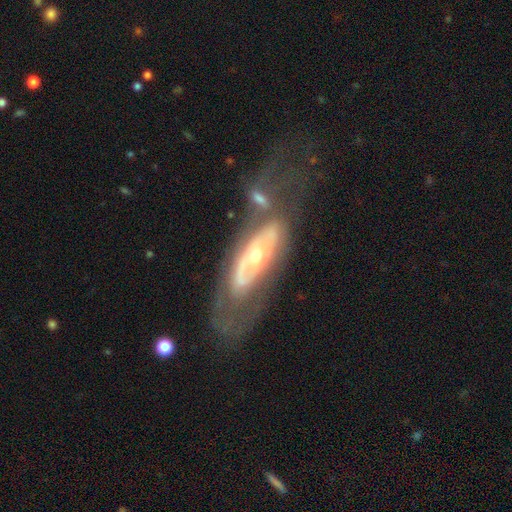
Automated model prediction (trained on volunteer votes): featured or disk 75%, smooth 19%, star or artifact 6%. Down the decision tree: edge-on disk — no (85%); bar — no (73%); spiral arms — no (55%); bulge size — moderate (53%); merging — none (48%).